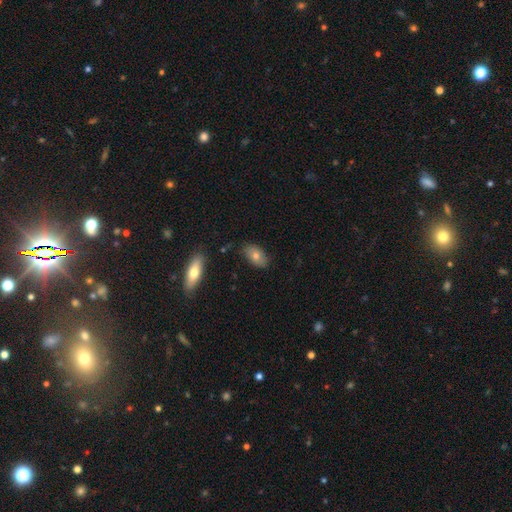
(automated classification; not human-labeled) smooth_or_featured: smooth (p=0.70) [alt: featured or disk p=0.21]
how_rounded: in between (p=0.90) [alt: round p=0.06]
merging: none (p=0.80) [alt: minor disturbance p=0.15]